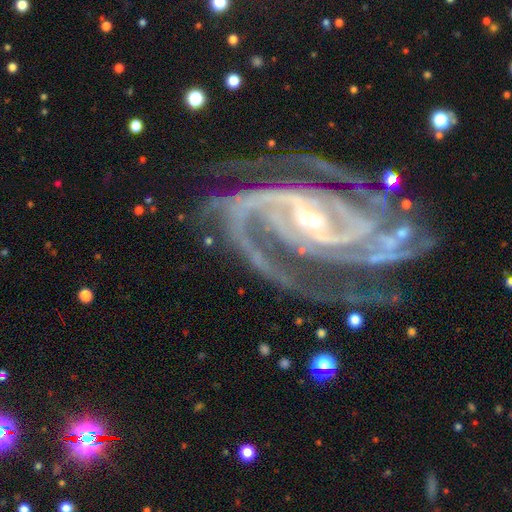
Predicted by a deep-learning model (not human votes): A featured or disk galaxy (93%) with a strong bar (44%), 2 (36%) tight (53%) spiral arms (99%) and a small central bulge (67%). Merging: none (67%).